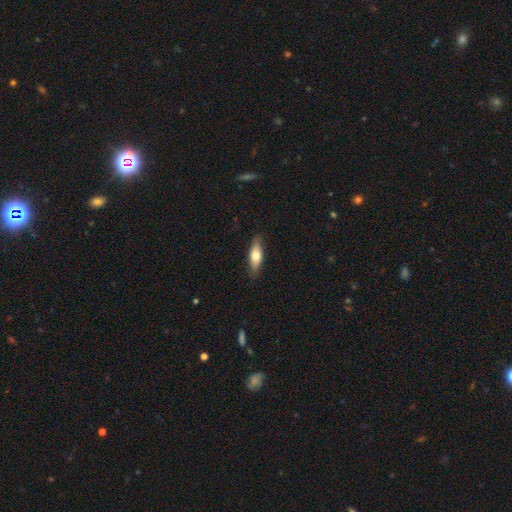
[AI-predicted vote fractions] Smooth or featured?
  - smooth: 66% *
  - featured or disk: 28%
  - star or artifact: 6%
How rounded?
  - in between: 61% *
  - cigar-shaped: 36%
  - round: 3%
Merging?
  - none: 84% *
  - minor disturbance: 13%
  - major disturbance: 2%
  - merger: 1%